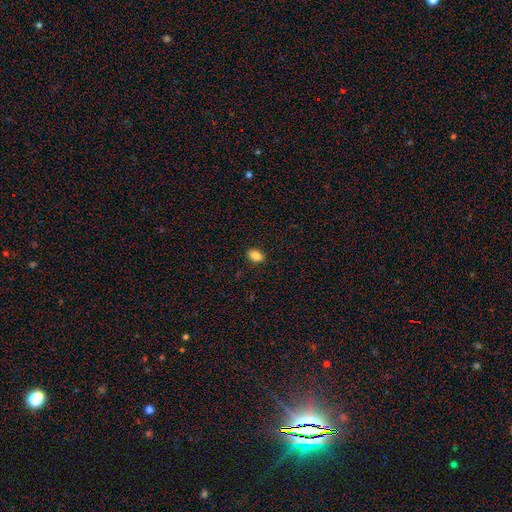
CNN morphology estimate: type=smooth (86%); roundness=in between (81%); merging=none (88%).